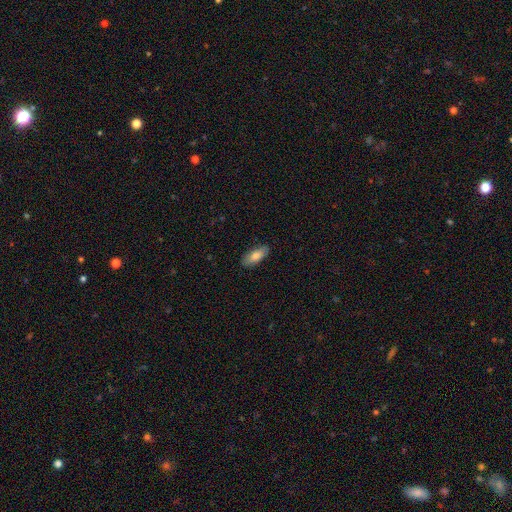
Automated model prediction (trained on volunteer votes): smooth_or_featured: smooth (p=0.79) [alt: featured or disk p=0.15]
how_rounded: in between (p=0.77) [alt: cigar-shaped p=0.21]
merging: none (p=0.87) [alt: minor disturbance p=0.10]